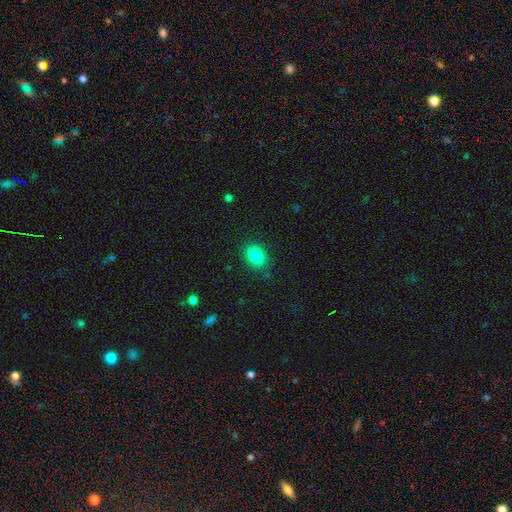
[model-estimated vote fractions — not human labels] The model was most divided on "how rounded": in between: 66%, round: 33%, cigar-shaped: 1%. More confident: merging — none (86%); smooth or featured — smooth (84%).